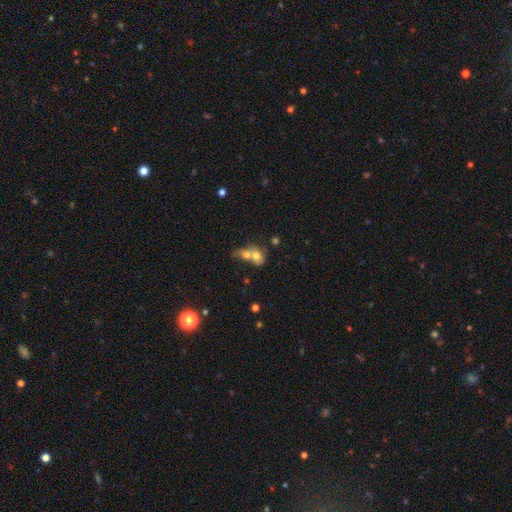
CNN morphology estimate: A smooth galaxy with no disk features (67%) that is round (49%, tied with in between). Merging: merger (75%).